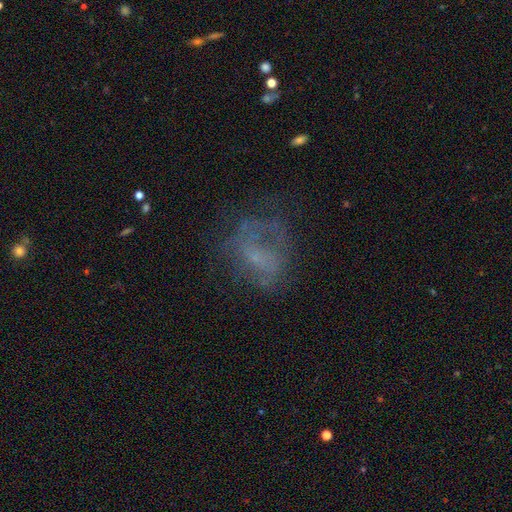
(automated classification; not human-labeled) Smooth or featured: featured or disk — 44% (smooth — 34%)
Merging: none — 51% (major disturbance — 26%)